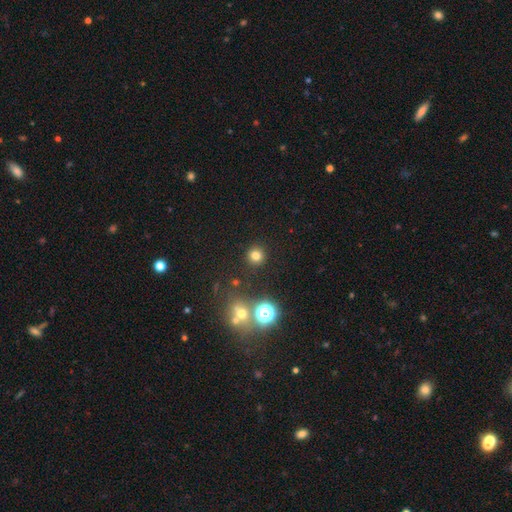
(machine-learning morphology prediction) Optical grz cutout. It shows a smooth galaxy with no disk features (77%) that is round (93%). Merging: none (89%).